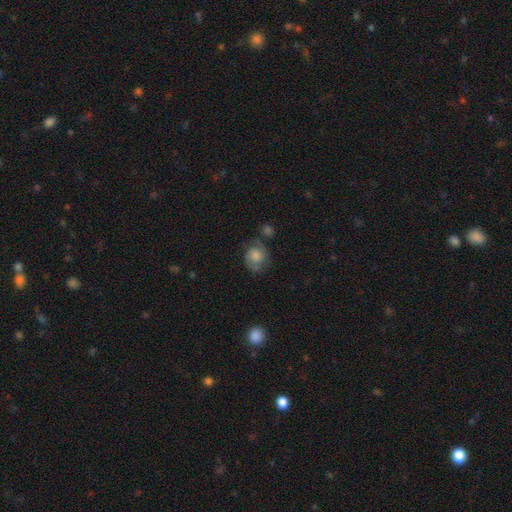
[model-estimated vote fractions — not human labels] smooth_or_featured: smooth (p=0.58) [alt: featured or disk p=0.33]
how_rounded: round (p=0.65) [alt: in between p=0.34]
merging: none (p=0.51) [alt: minor disturbance p=0.26]